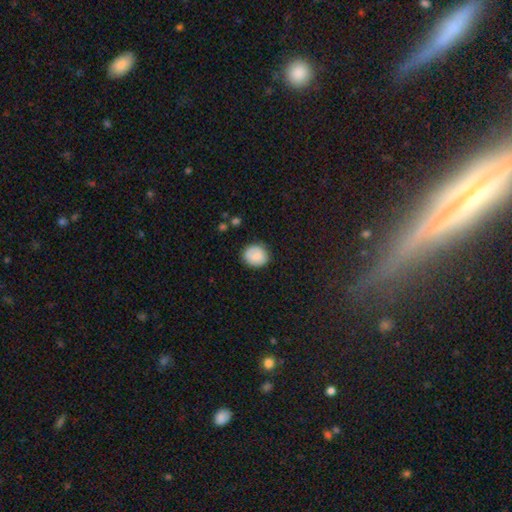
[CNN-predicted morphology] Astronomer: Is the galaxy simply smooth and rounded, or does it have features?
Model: smooth — 77%.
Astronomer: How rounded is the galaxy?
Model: round — 77%.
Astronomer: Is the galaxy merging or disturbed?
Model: none — 81%.